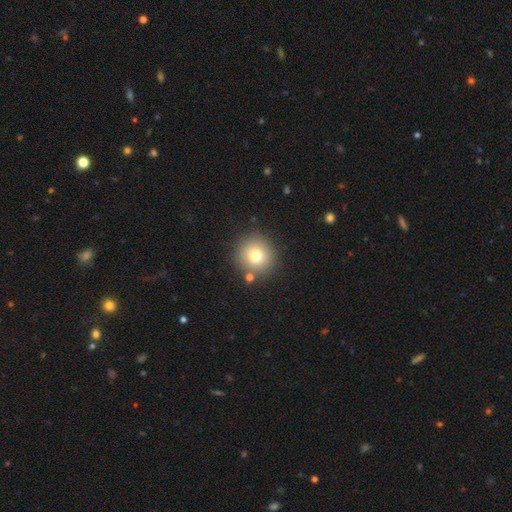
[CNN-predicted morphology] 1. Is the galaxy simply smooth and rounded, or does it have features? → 76% smooth, 12% star or artifact, 11% featured or disk.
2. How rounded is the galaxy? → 94% round, 5% in between, 1% cigar-shaped.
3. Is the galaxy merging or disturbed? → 83% none, 8% minor disturbance, 6% merger, 3% major disturbance.